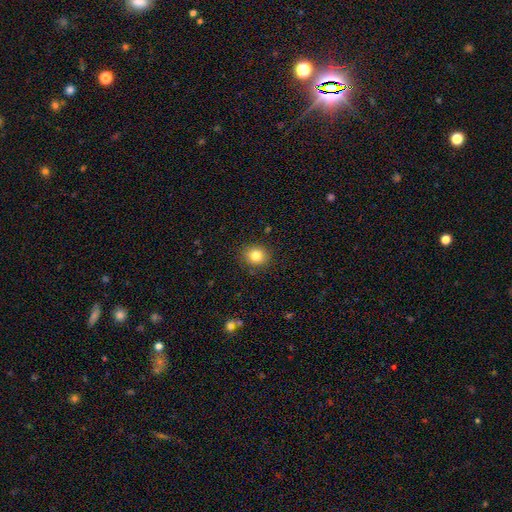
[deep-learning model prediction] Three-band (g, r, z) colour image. It shows a smooth galaxy with no disk features (82%) that is round (77%). Merging: none (88%).